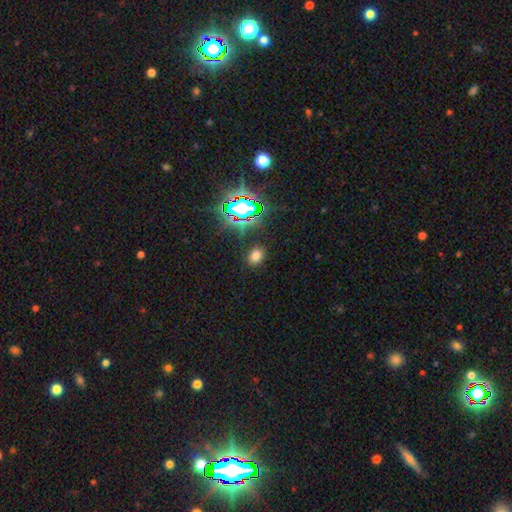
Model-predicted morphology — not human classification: Smooth or featured? Predicted: smooth (p=0.67). How rounded? Predicted: in between (p=0.62). Merging? Predicted: none (p=0.87).